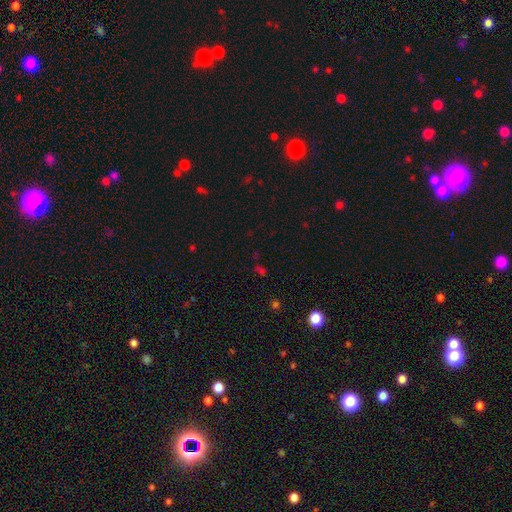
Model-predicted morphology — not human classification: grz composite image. It shows a star or artifact, not a galaxy (60%).